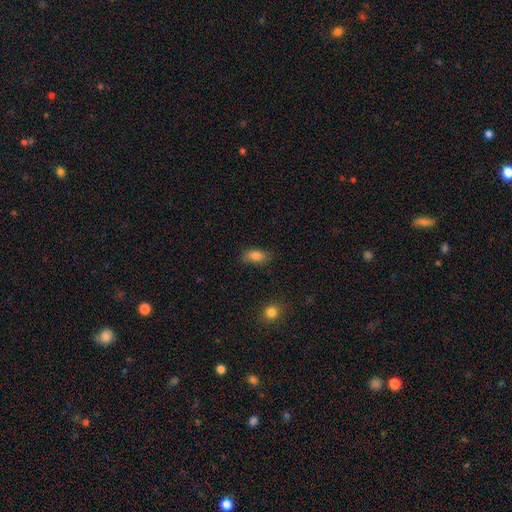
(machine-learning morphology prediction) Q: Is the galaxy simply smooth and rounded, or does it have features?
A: smooth — 83%.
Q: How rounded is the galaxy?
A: in between — 88%.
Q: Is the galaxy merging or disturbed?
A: none — 80%.